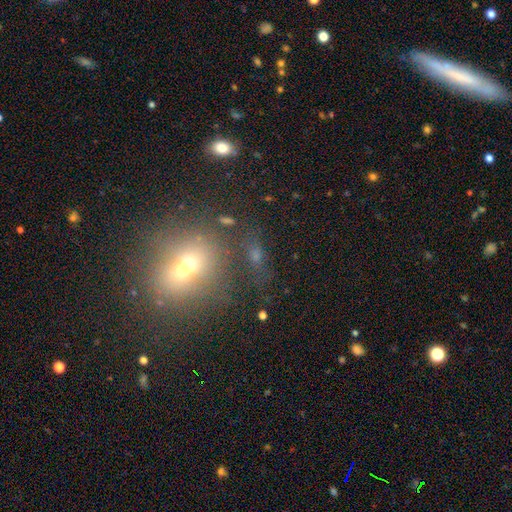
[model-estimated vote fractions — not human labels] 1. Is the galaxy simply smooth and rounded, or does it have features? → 52% smooth, 29% star or artifact, 18% featured or disk.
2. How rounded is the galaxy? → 60% in between, 28% round, 12% cigar-shaped.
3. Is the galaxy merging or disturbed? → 62% none, 15% minor disturbance, 11% major disturbance, 11% merger.